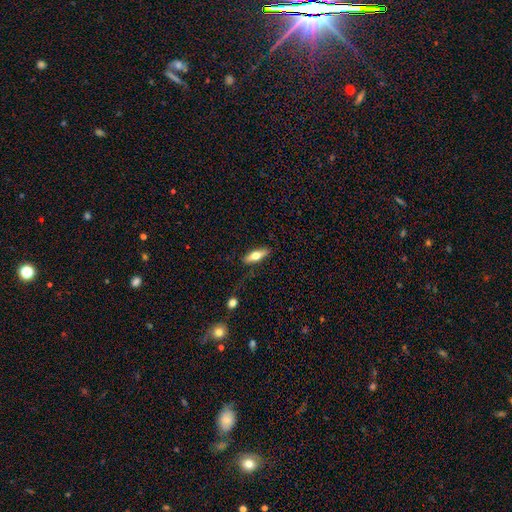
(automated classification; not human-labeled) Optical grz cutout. It shows a smooth galaxy with no disk features (59%) that is in between round and cigar-shaped (53%). Merging: none (78%).